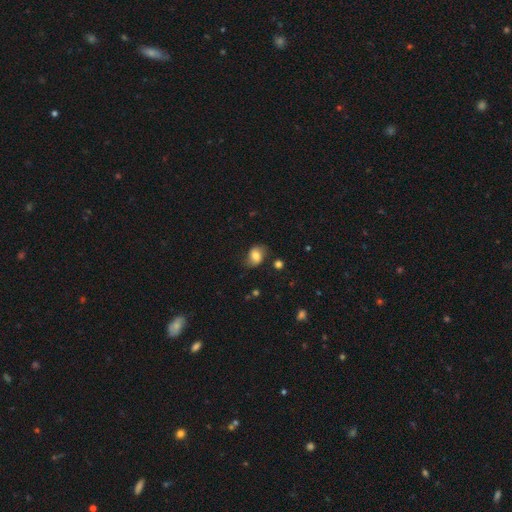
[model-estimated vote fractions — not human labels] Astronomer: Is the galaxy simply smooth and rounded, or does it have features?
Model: smooth — 62%.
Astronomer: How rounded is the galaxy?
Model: in between — 64%.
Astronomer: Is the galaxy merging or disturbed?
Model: none — 67%.